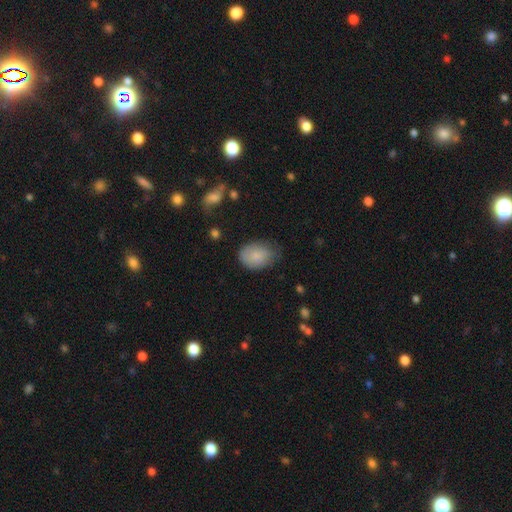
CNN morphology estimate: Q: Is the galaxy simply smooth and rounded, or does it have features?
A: smooth — 82%.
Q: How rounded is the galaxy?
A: in between — 75%.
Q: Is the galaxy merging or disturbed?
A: none — 61%.